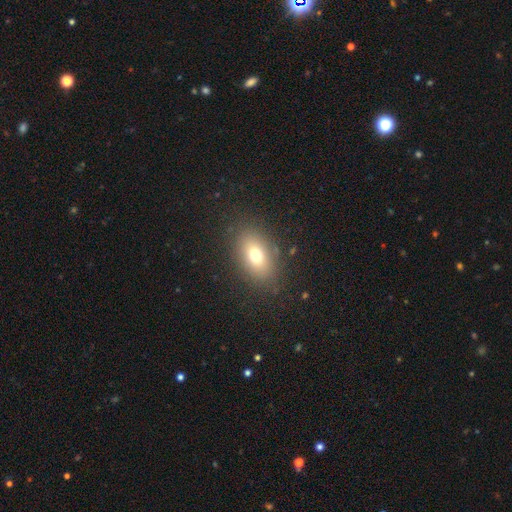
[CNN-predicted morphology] type=smooth (71%); roundness=in between (83%); merging=none (83%).